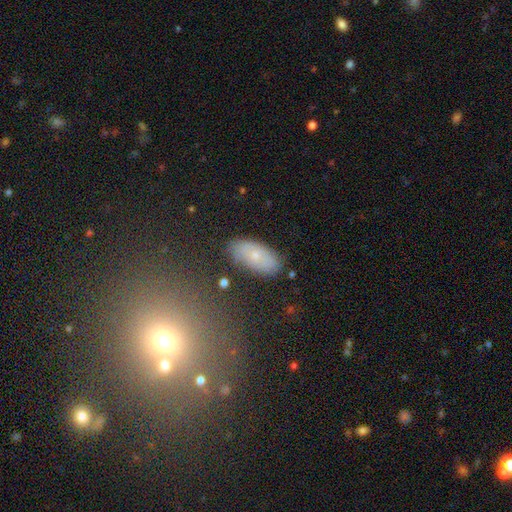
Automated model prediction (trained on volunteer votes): Smooth or featured: smooth — 63% (featured or disk — 28%)
How rounded: in between — 91% (cigar-shaped — 6%)
Merging: none — 81% (minor disturbance — 13%)